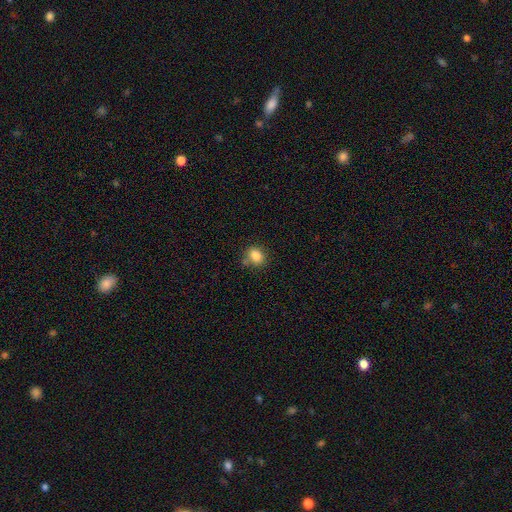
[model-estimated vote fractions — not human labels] This is clearly a smooth galaxy (84%). How rounded: possibly round (50%). Merging: likely none (71%).